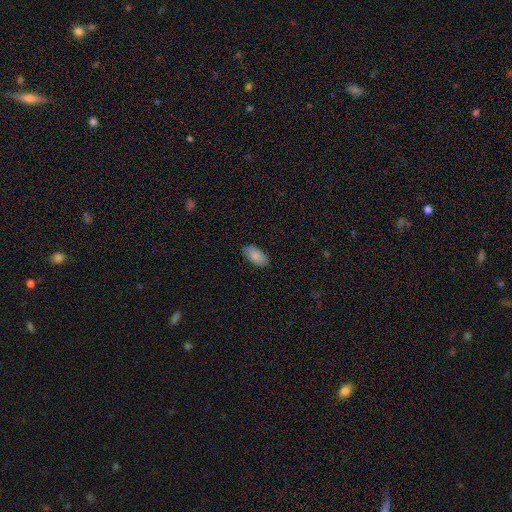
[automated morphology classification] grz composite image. It shows a smooth galaxy with no disk features (88%) that is in between round and cigar-shaped (94%). Merging: none (84%).